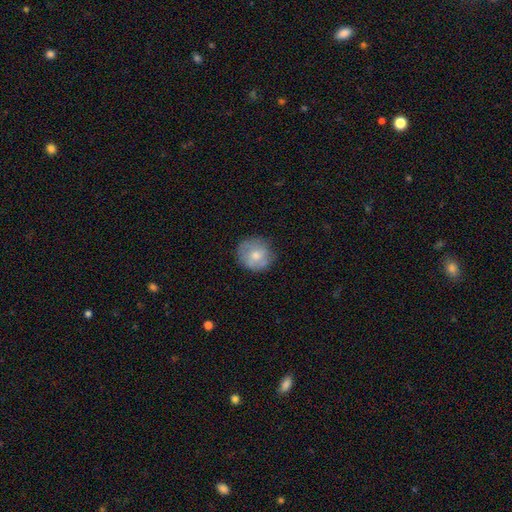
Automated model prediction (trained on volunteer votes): smooth 65%, featured or disk 28%, star or artifact 7%. Down the decision tree: how rounded — round (88%); merging — none (77%).